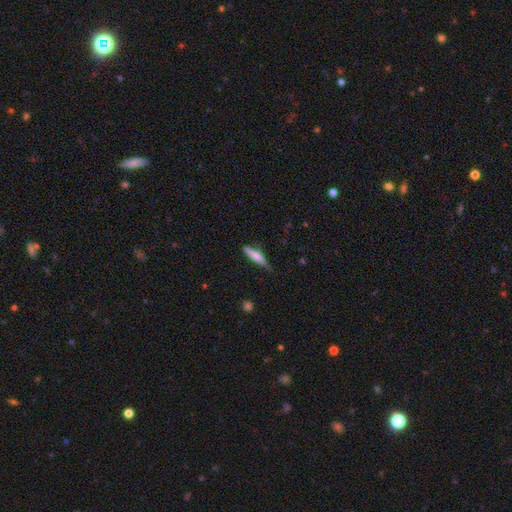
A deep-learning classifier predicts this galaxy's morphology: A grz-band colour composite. It shows a smooth galaxy with no disk features (50%). Merging: none (71%).